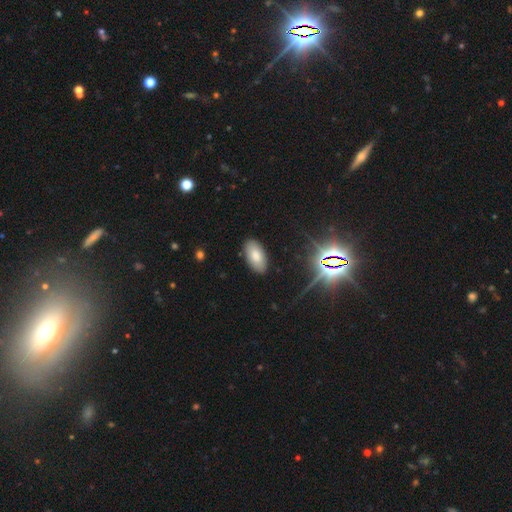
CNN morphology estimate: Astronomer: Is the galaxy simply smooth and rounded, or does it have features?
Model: smooth — 80%.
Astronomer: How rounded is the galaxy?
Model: in between — 95%.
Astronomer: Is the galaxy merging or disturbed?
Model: none — 87%.